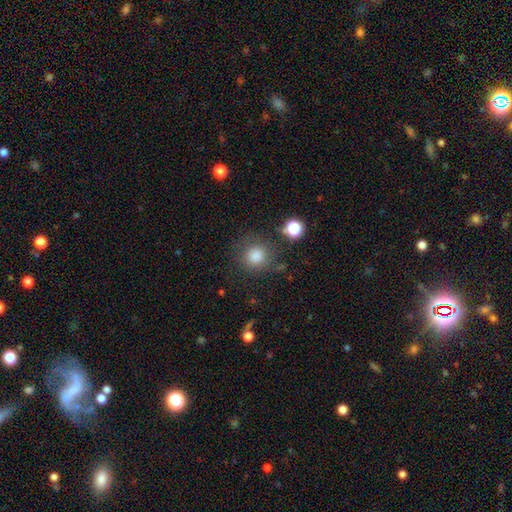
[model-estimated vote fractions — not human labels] smooth_or_featured: smooth (p=0.81) [alt: star or artifact p=0.12]
how_rounded: round (p=0.91) [alt: in between p=0.08]
merging: none (p=0.77) [alt: minor disturbance p=0.12]